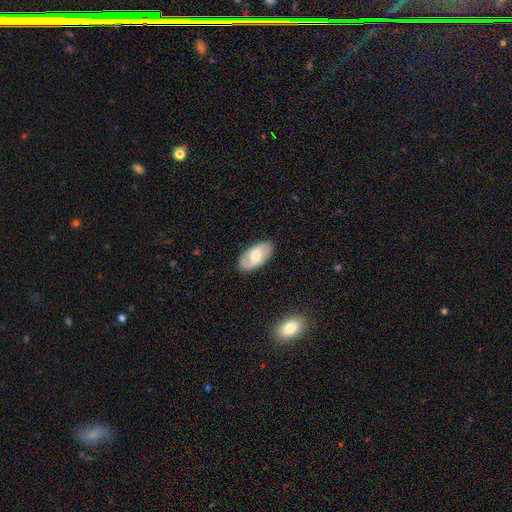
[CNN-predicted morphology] Smooth or featured? featured or disk (50%)
Edge-on disk? no (93%)
Merging? none (86%)